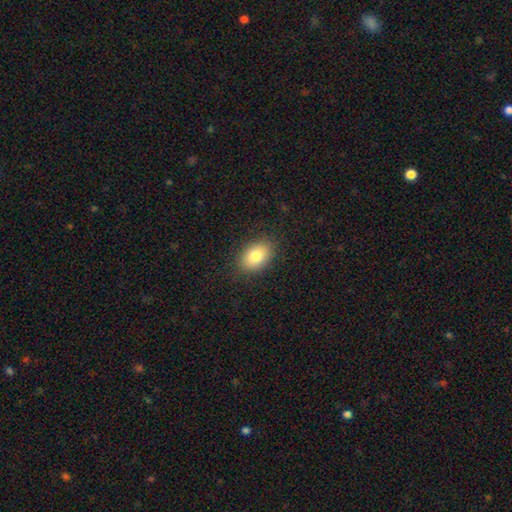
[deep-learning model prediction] A smooth galaxy with no disk features (81%) that is in between round and cigar-shaped (82%).

Vote fractions:
- Smooth or featured? smooth: 81% / featured or disk: 10% / star or artifact: 8%
- How rounded? in between: 82% / round: 17% / cigar-shaped: 1%
- Merging? none: 86% / minor disturbance: 10% / major disturbance: 3% / merger: 1%